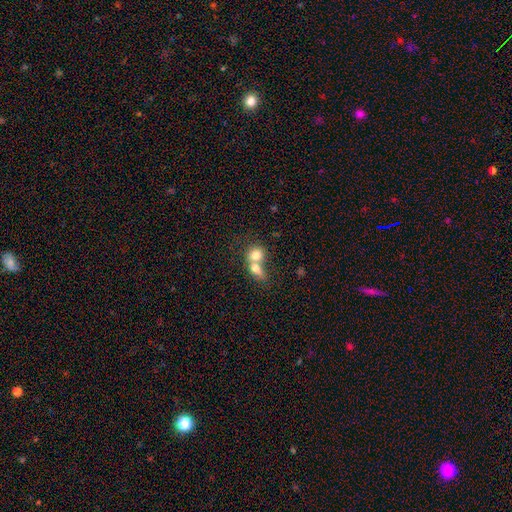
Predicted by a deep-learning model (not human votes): Overall: smooth (74%). How rounded: round (63%; in between 35%). Merging: merger (70%).